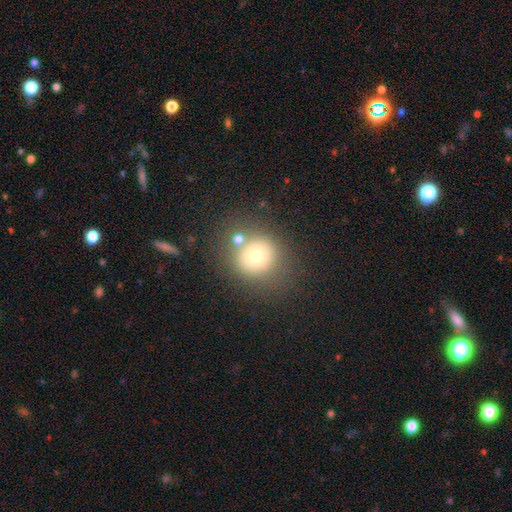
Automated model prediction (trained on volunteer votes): Q: Smooth or featured?
A: smooth (70%); runner-up: featured or disk (15%)
Q: How rounded?
A: round (88%); runner-up: in between (11%)
Q: Merging?
A: none (66%); runner-up: merger (15%)